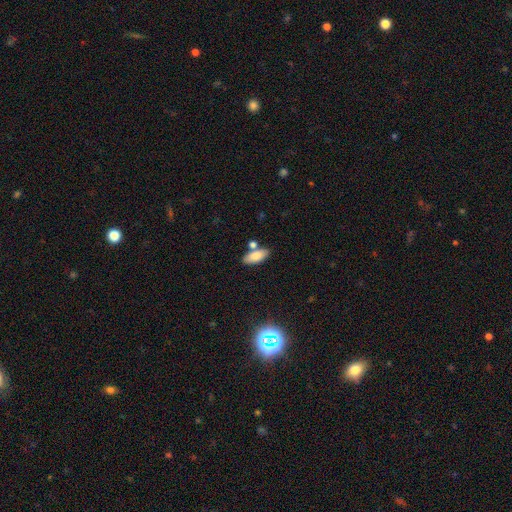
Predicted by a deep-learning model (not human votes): Smooth or featured? Predicted: smooth (p=0.81). How rounded? Predicted: in between (p=0.83). Merging? Predicted: none (p=0.71).